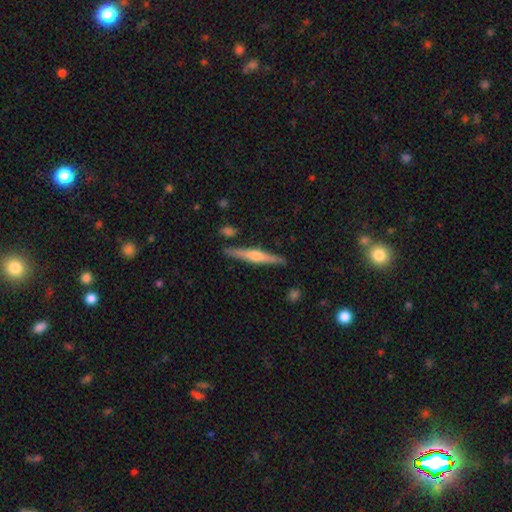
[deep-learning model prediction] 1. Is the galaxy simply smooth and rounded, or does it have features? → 63% featured or disk, 31% smooth, 6% star or artifact.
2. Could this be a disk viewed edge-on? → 97% yes, 3% no.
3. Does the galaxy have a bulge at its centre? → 84% rounded, 9% none, 6% boxy.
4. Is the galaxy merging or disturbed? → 87% none, 9% minor disturbance, 2% merger, 2% major disturbance.